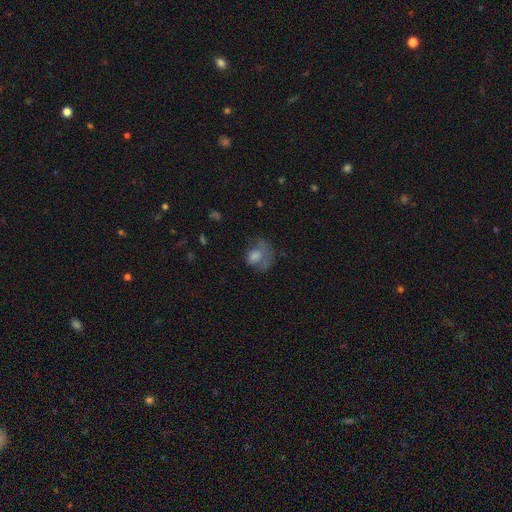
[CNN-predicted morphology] smooth-or-featured: smooth: 54% | featured or disk: 30% | star or artifact: 16%
  how-rounded: in between: 51% | round: 48% | cigar-shaped: 1%
  merging: major disturbance: 40% | none: 34% | minor disturbance: 23% | merger: 3%